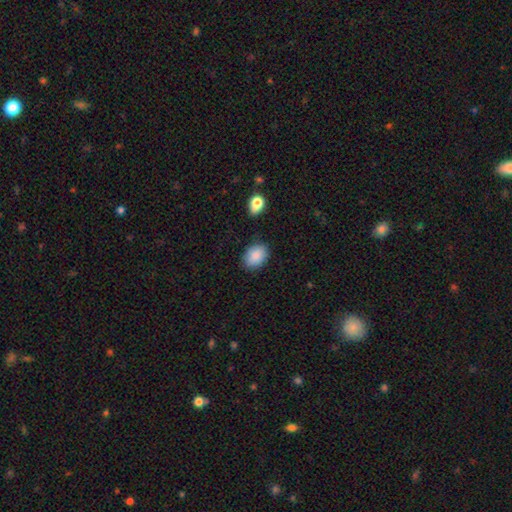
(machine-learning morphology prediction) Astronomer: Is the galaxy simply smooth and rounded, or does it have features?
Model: smooth — 88%.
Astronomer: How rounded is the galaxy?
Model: in between — 80%.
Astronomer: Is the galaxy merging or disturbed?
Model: none — 83%.